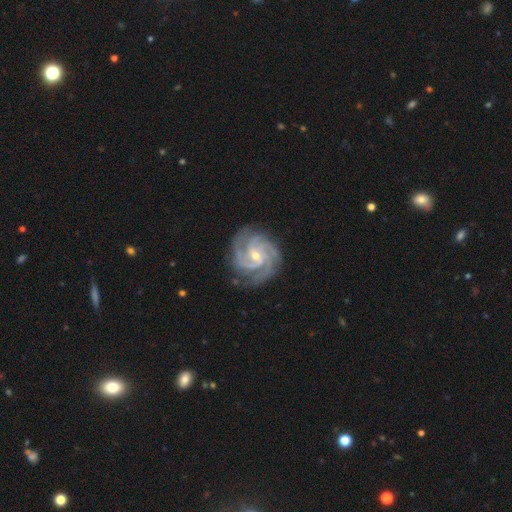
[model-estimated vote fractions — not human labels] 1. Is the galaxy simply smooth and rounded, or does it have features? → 93% featured or disk, 4% star or artifact, 3% smooth.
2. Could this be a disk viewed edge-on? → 98% no, 2% yes.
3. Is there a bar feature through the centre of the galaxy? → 45% no, 42% weak, 13% strong.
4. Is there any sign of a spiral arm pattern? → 99% yes, 1% no.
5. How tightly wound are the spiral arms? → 64% tight, 33% medium, 4% loose.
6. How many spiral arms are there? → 39% 3, 29% 4, 11% 2, 9% can't tell, 6% more than 4, 6% 1.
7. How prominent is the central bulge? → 63% small, 34% moderate, 1% none, 1% large, 1% dominant.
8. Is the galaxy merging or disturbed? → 80% none, 15% minor disturbance, 4% major disturbance, 1% merger.